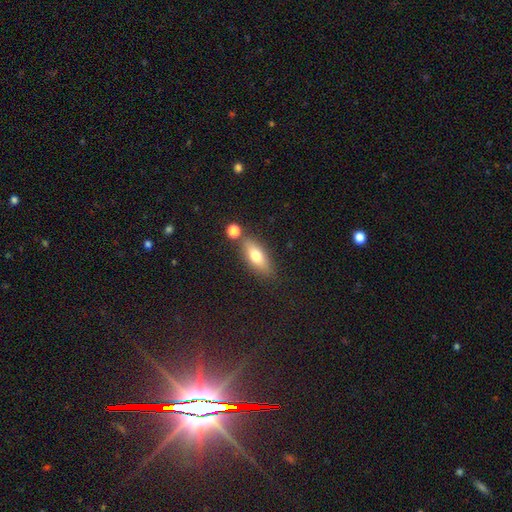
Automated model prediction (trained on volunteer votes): smooth 71%, featured or disk 21%, star or artifact 8%. Down the decision tree: how rounded — in between (72%); merging — none (73%).